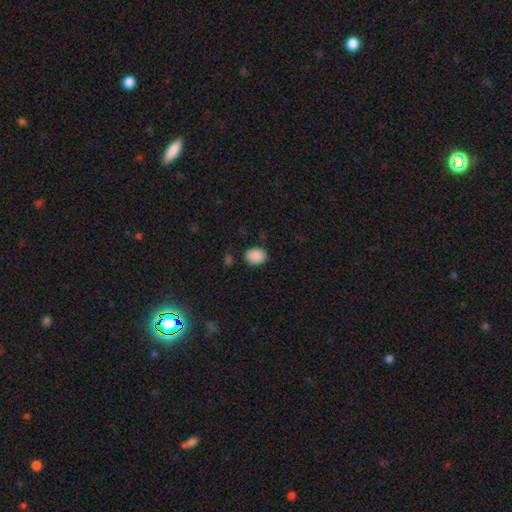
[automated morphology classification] Smooth or featured?
  - smooth: 89% *
  - star or artifact: 8%
  - featured or disk: 3%
How rounded?
  - in between: 64% *
  - round: 35%
  - cigar-shaped: 1%
Merging?
  - none: 81% *
  - minor disturbance: 14%
  - major disturbance: 3%
  - merger: 2%